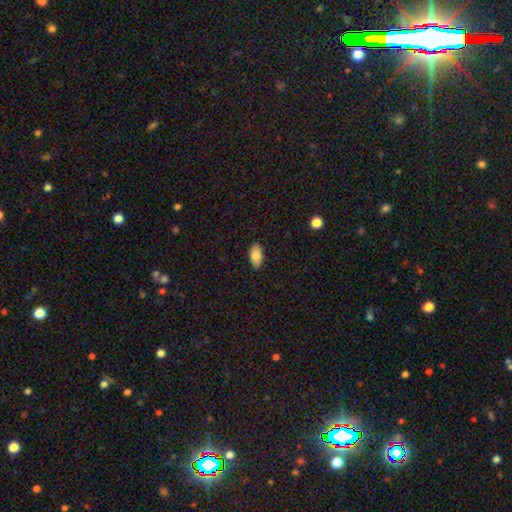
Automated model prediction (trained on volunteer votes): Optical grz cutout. It shows a smooth galaxy with no disk features (82%) that is in between round and cigar-shaped (92%). Merging: none (89%).